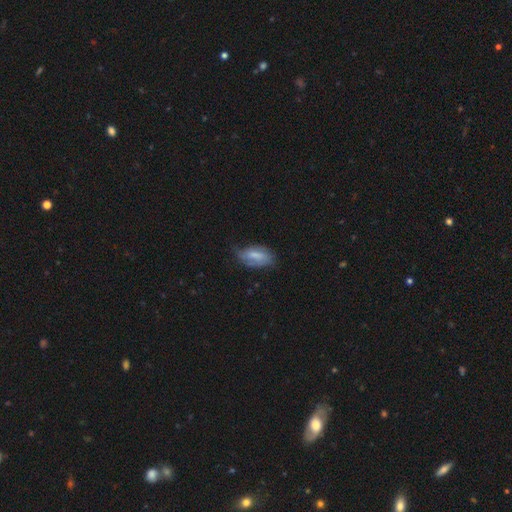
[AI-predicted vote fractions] A smooth galaxy with no disk features (59%) that is in between round and cigar-shaped (88%). Merging: none (47%).